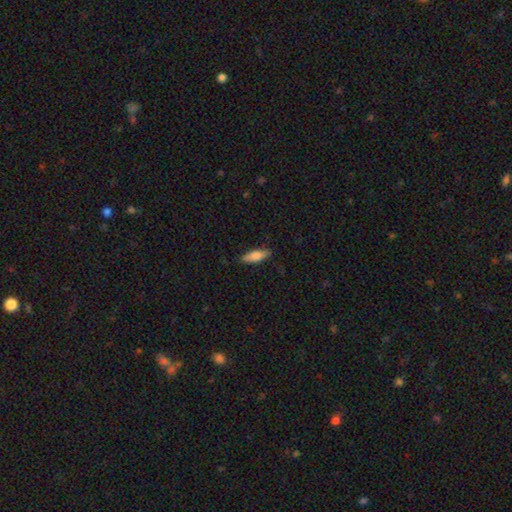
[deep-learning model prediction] Smooth or featured? Predicted: smooth (p=0.75). How rounded? Predicted: in between (p=0.55). Merging? Predicted: none (p=0.84).